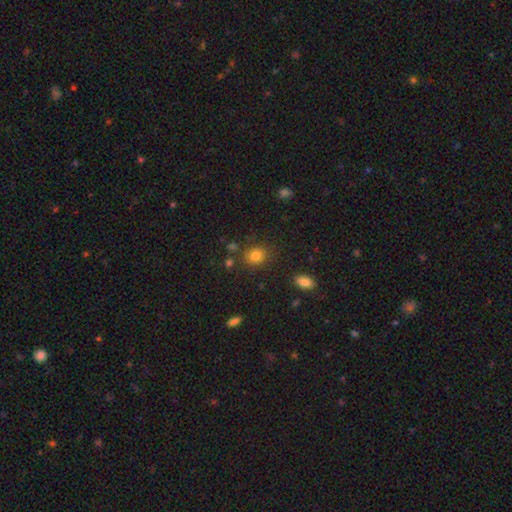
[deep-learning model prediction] Smooth or featured? smooth (81%)
How rounded? round (64%)
Merging? none (80%)